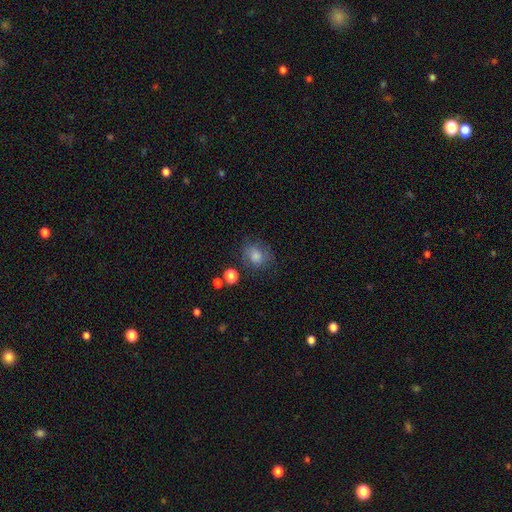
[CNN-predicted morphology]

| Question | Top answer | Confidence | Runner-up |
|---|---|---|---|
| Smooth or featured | smooth | 68% | star or artifact (17%) |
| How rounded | round | 59% | in between (40%) |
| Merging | none | 71% | minor disturbance (18%) |